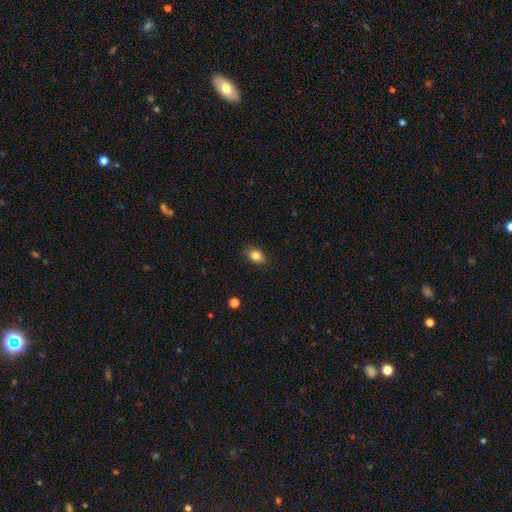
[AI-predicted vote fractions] Smooth or featured: smooth — 83% (star or artifact — 9%)
How rounded: in between — 77% (round — 22%)
Merging: none — 87% (minor disturbance — 10%)